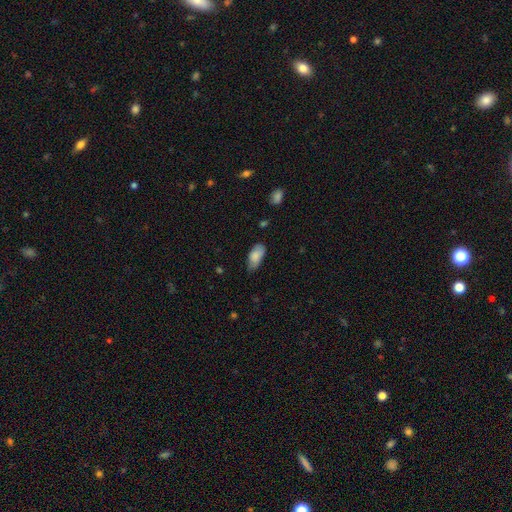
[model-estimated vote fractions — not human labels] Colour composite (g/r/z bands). It shows a smooth galaxy with no disk features (82%) that is in between round and cigar-shaped (91%). Merging: none (60%).